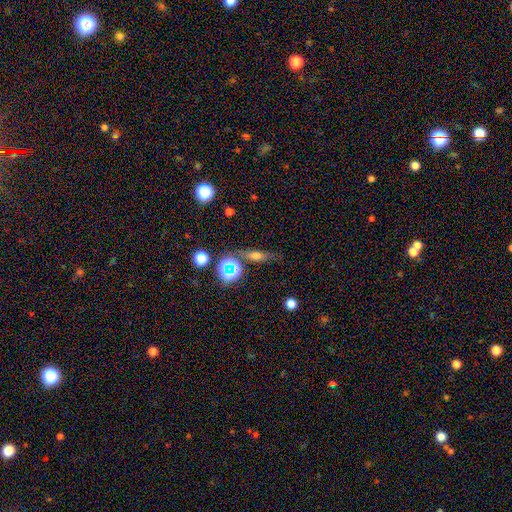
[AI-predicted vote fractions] smooth-or-featured: smooth: 43% | featured or disk: 35% | star or artifact: 22%
  merging: none: 73% | minor disturbance: 14% | merger: 8% | major disturbance: 6%